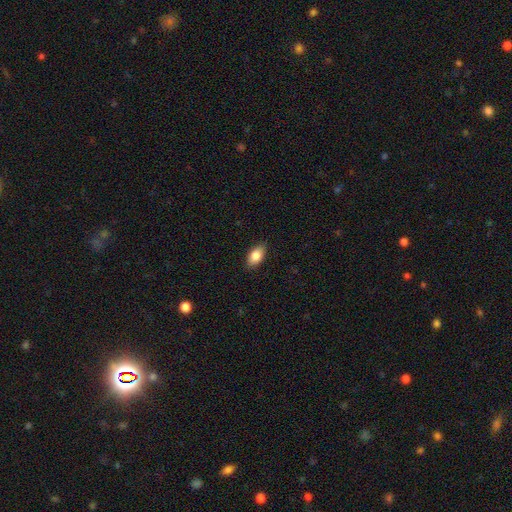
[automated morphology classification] Smooth or featured? Predicted: smooth (p=0.84). How rounded? Predicted: in between (p=0.91). Merging? Predicted: none (p=0.86).